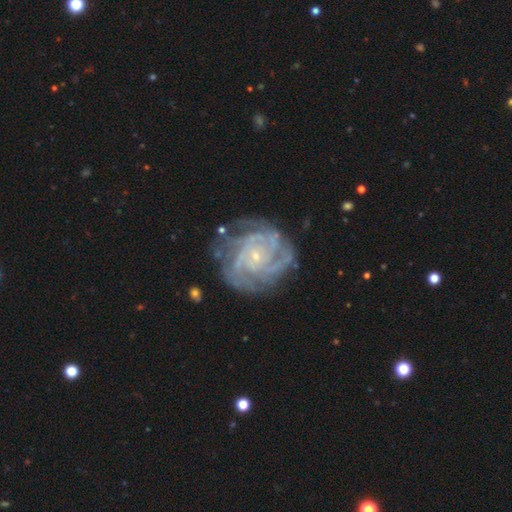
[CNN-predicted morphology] Smooth or featured? featured or disk (90%)
Edge-on disk? no (98%)
Bar? no (75%)
Spiral arms? yes (98%)
Spiral winding? tight (72%)
Spiral arm count? 4 (28%)
Bulge size? small (86%)
Merging? none (73%)